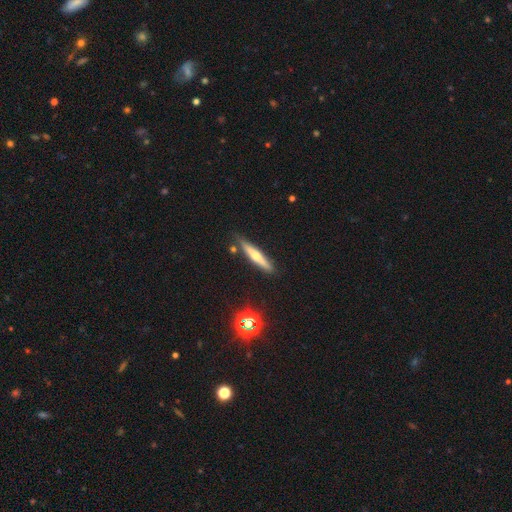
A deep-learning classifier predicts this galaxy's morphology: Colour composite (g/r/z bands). It shows a featured or disk galaxy (56%) viewed edge-on (95%) with a rounded central bulge (87%). Merging: none (84%).